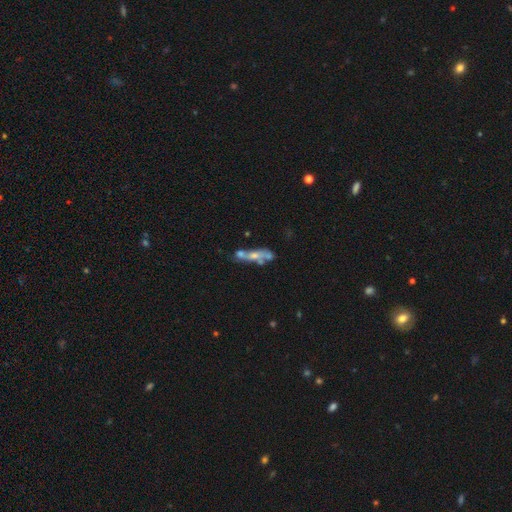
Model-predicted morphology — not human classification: A featured or disk galaxy (47%).

Vote fractions:
- Smooth or featured? featured or disk: 47% / smooth: 42% / star or artifact: 11%
- Merging? merger: 44% / none: 29% / minor disturbance: 14% / major disturbance: 13%